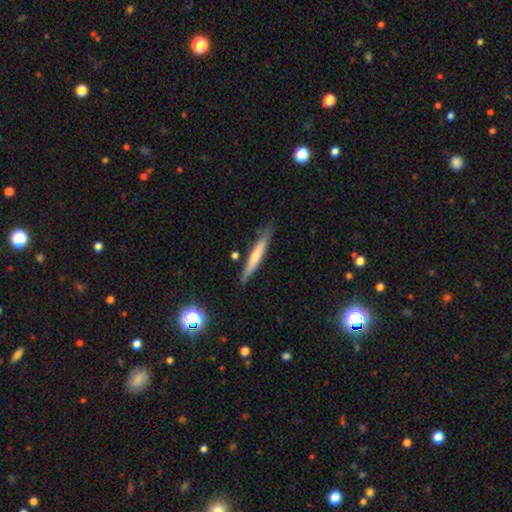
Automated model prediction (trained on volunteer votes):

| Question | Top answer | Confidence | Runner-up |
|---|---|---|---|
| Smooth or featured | smooth | 56% | featured or disk (37%) |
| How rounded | cigar-shaped | 94% | in between (5%) |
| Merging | none | 81% | minor disturbance (14%) |